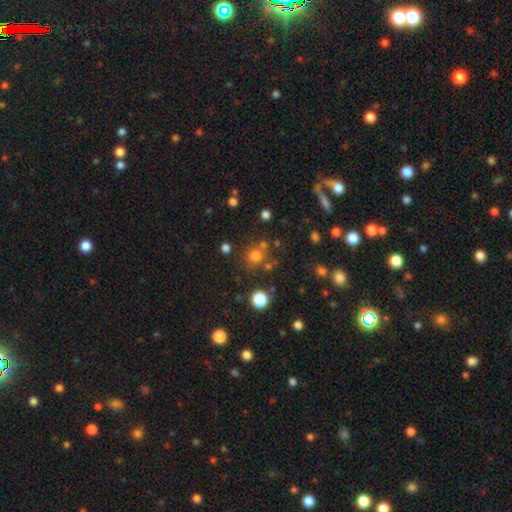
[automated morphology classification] A smooth galaxy with no disk features (72%) that is round (88%). Merging: none (74%).